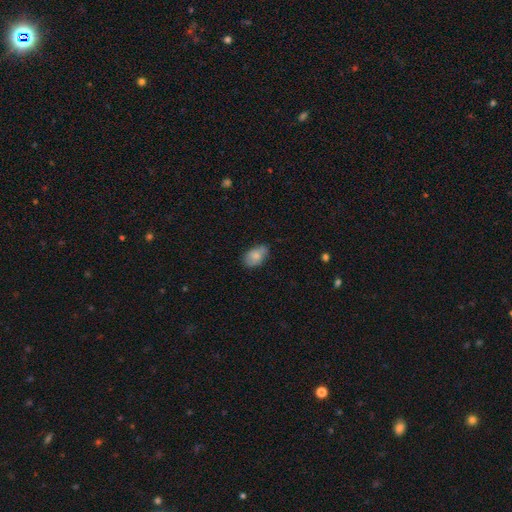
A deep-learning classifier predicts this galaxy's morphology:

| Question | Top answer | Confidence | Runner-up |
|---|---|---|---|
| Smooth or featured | smooth | 74% | featured or disk (18%) |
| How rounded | in between | 90% | round (8%) |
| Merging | none | 63% | minor disturbance (29%) |